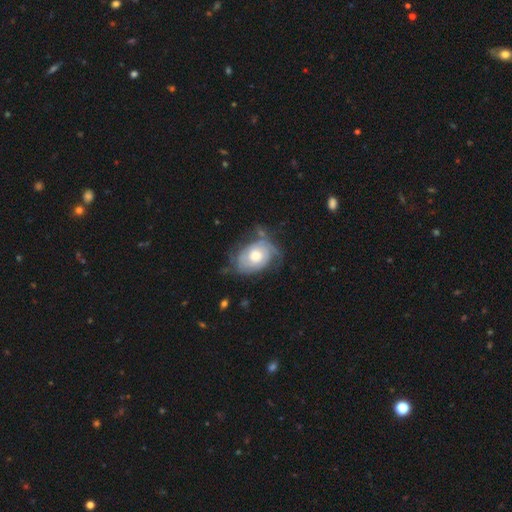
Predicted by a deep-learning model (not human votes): smooth-or-featured: featured or disk: 72% | smooth: 22% | star or artifact: 6%
  disk-edge-on: no: 96% | yes: 4%
    bar: no: 78% | weak: 19% | strong: 3%
    has-spiral-arms: yes: 86% | no: 14%
      spiral-winding: tight: 62% | medium: 27% | loose: 11%
      spiral-arm-count: can't tell: 38% | 2: 37% | 3: 9% | 1: 8% | 4: 4% | more than 4: 3%
    bulge-size: moderate: 65% | large: 19% | small: 14% | dominant: 2% | none: 2%
  merging: none: 50% | minor disturbance: 28% | major disturbance: 18% | merger: 4%